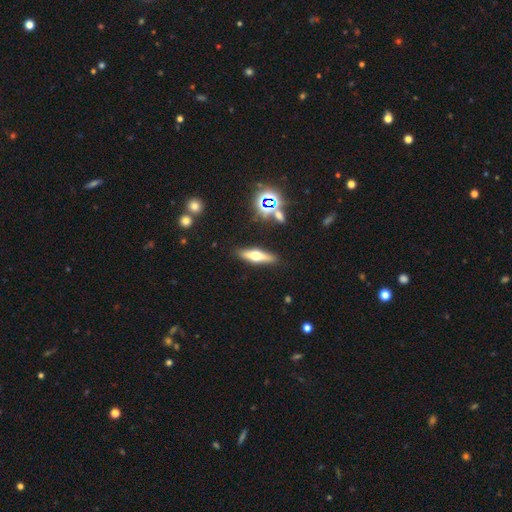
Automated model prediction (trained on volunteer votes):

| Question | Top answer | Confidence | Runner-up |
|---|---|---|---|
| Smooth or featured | featured or disk | 50% | smooth (39%) |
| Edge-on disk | yes | 89% | no (11%) |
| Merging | none | 88% | minor disturbance (8%) |